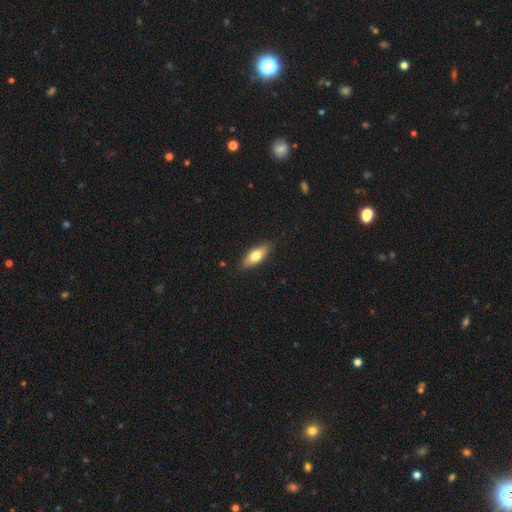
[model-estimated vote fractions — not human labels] smooth 70%, featured or disk 24%, star or artifact 6%. Down the decision tree: how rounded — in between (72%); merging — none (87%).